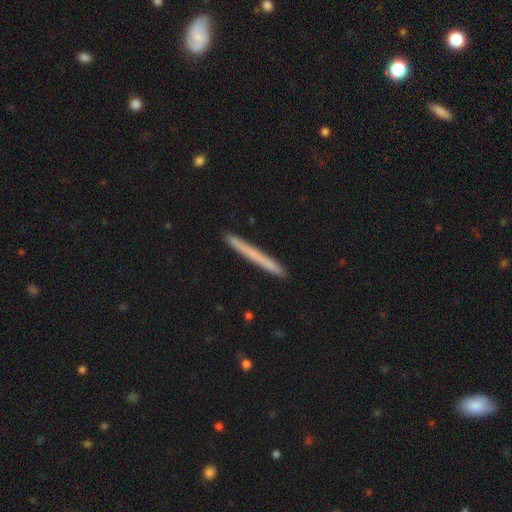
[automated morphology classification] This appears to be a smooth galaxy with no disk features (60%) that is cigar-shaped (97%). Merging: none (91%).